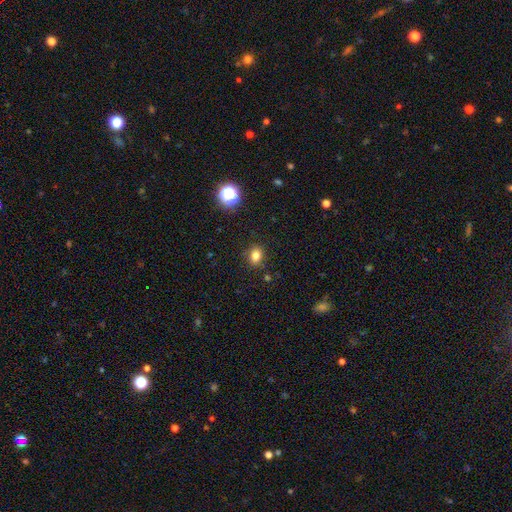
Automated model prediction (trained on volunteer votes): smooth 80%, star or artifact 14%, featured or disk 6%. Down the decision tree: how rounded — round (51%); merging — none (86%).